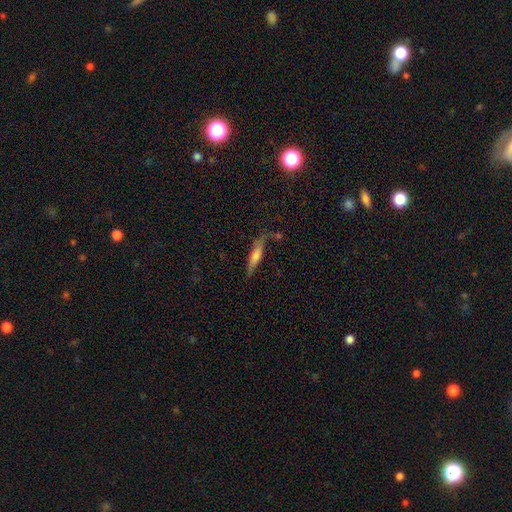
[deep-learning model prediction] Smooth or featured? smooth (48%)
Merging? none (72%)